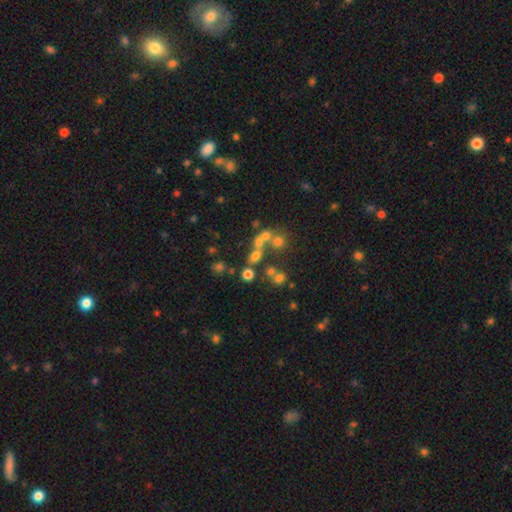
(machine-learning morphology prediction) smooth-or-featured: smooth: 54% | star or artifact: 24% | featured or disk: 22%
  how-rounded: round: 72% | in between: 26% | cigar-shaped: 3%
  merging: none: 47% | merger: 36% | minor disturbance: 9% | major disturbance: 7%